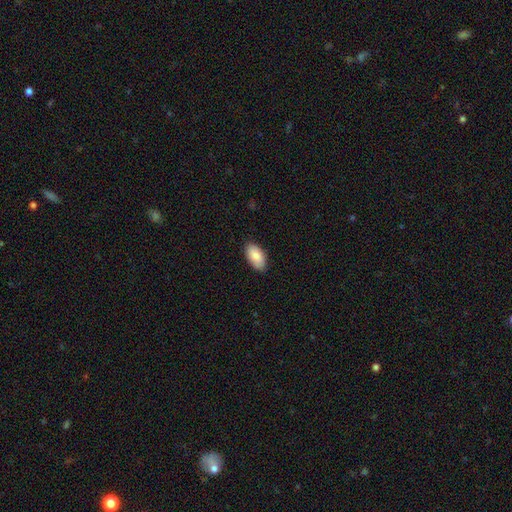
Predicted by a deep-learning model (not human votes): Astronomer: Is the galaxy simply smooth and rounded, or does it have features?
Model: smooth — 87%.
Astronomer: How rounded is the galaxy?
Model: in between — 95%.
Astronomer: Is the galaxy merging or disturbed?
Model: none — 85%.